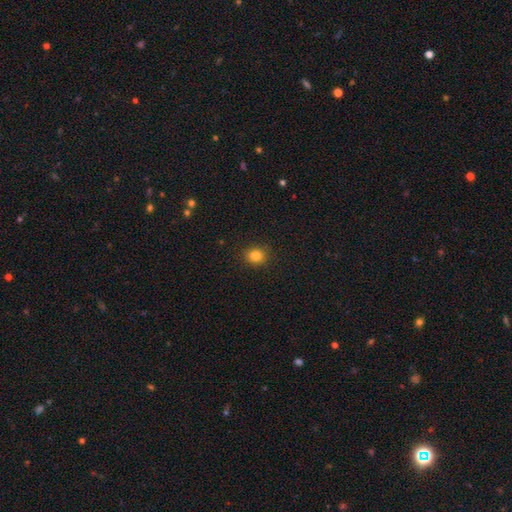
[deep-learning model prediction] Morphology: type=smooth (83%); roundness=round (72%); merging=none (89%).